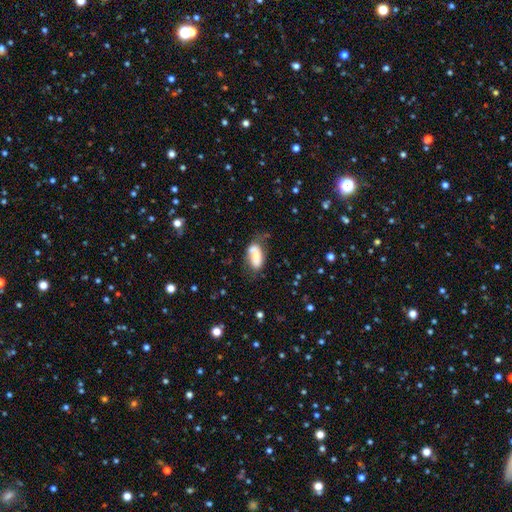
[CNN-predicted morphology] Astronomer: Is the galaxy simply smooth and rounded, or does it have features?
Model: smooth — 63%.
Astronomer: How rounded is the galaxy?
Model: in between — 91%.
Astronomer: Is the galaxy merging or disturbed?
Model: none — 43% (runner-up: minor disturbance, 26%).